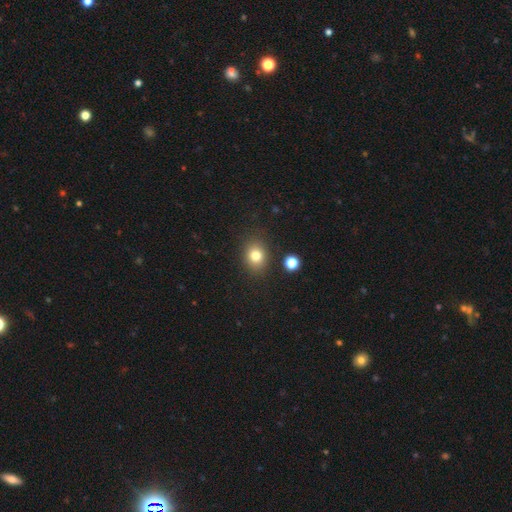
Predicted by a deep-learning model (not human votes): Smooth or featured?
  - smooth: 80% *
  - star or artifact: 12%
  - featured or disk: 8%
How rounded?
  - round: 57% *
  - in between: 42%
  - cigar-shaped: 1%
Merging?
  - none: 85% *
  - minor disturbance: 9%
  - major disturbance: 3%
  - merger: 3%